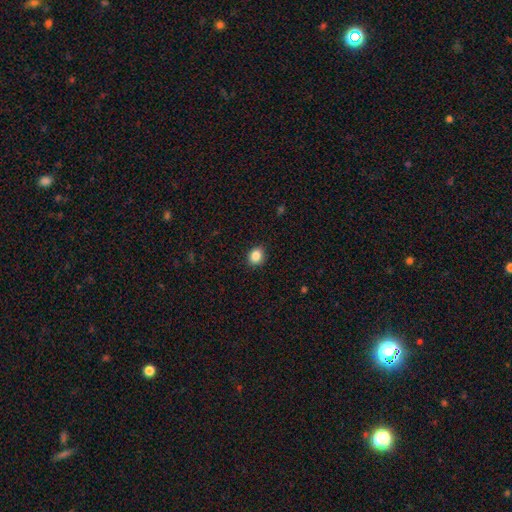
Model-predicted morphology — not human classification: Smooth or featured?
  - smooth: 86% *
  - star or artifact: 10%
  - featured or disk: 4%
How rounded?
  - round: 61% *
  - in between: 38%
  - cigar-shaped: 1%
Merging?
  - none: 88% *
  - minor disturbance: 9%
  - major disturbance: 2%
  - merger: 1%